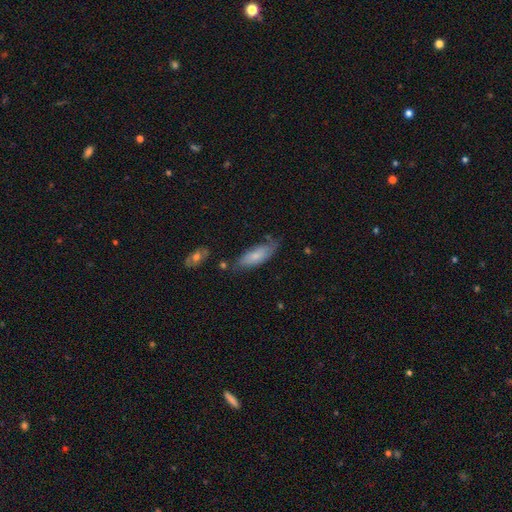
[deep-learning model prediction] Smooth or featured? smooth (70%)
How rounded? in between (67%)
Merging? none (64%)